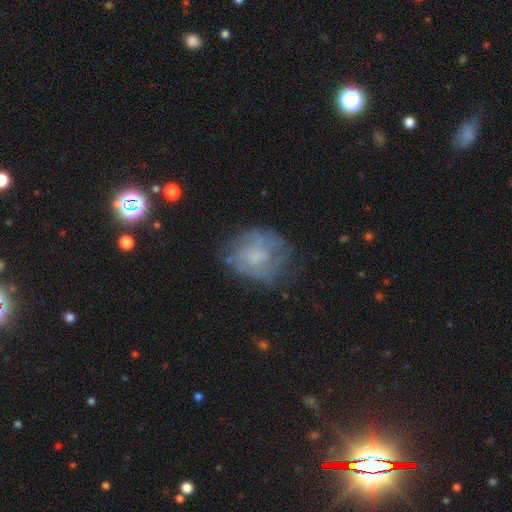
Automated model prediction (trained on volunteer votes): Q: Smooth or featured?
A: featured or disk (48%); runner-up: smooth (41%)
Q: Merging?
A: none (60%); runner-up: minor disturbance (23%)